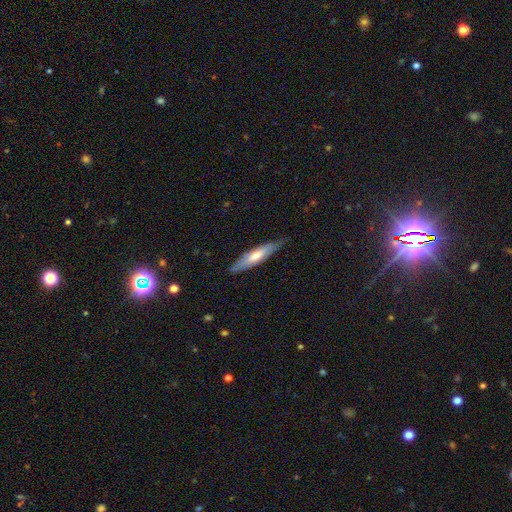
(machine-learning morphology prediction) Q: Smooth or featured?
A: smooth (52%); runner-up: featured or disk (42%)
Q: How rounded?
A: cigar-shaped (79%); runner-up: in between (20%)
Q: Merging?
A: none (80%); runner-up: minor disturbance (16%)